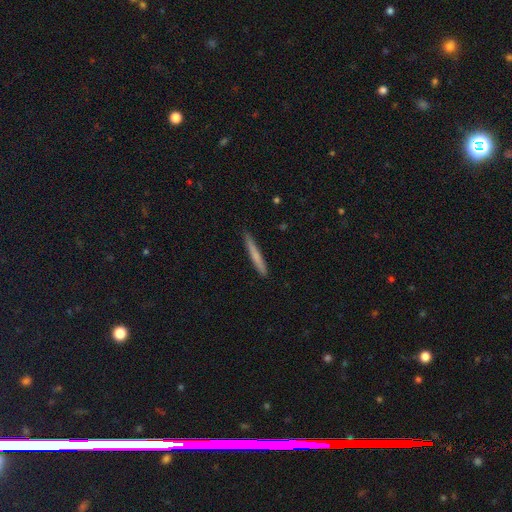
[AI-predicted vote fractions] Morphology: type=smooth (67%); roundness=cigar-shaped (96%); merging=none (88%).